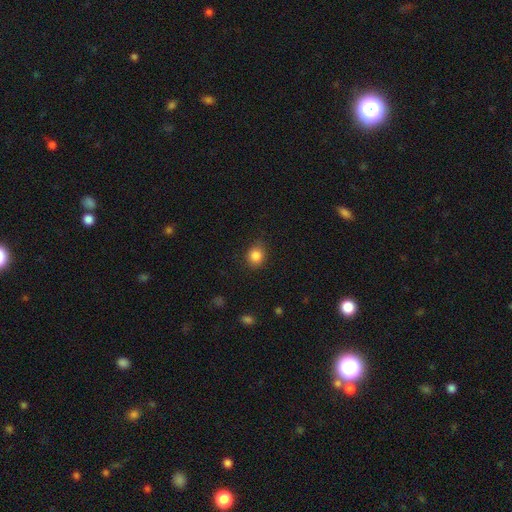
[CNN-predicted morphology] smooth_or_featured: smooth (p=0.85) [alt: star or artifact p=0.10]
how_rounded: round (p=0.71) [alt: in between p=0.28]
merging: none (p=0.83) [alt: minor disturbance p=0.13]